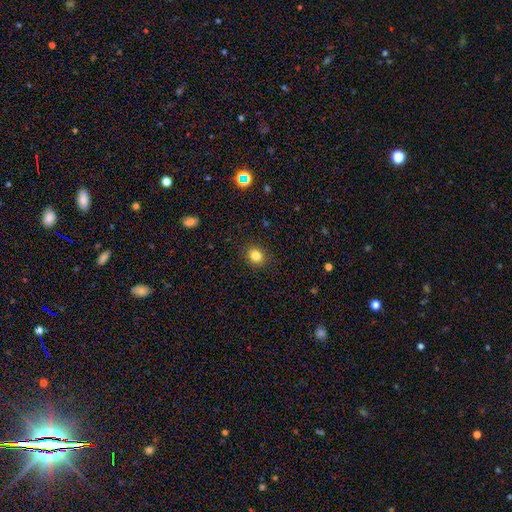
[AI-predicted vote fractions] This is clearly a smooth galaxy (83%). How rounded: likely round (61%). Merging: clearly none (89%).